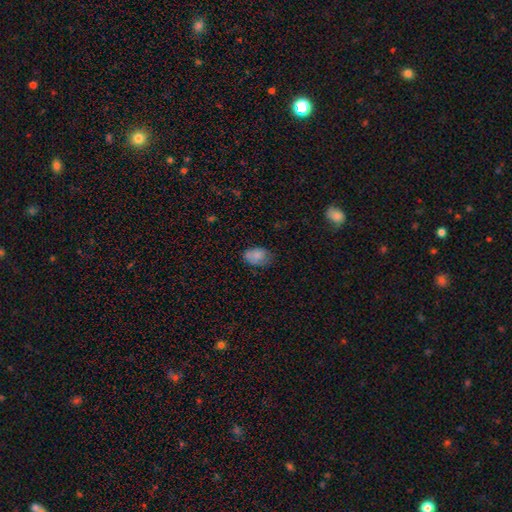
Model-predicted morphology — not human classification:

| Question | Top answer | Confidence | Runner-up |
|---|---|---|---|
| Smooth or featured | smooth | 80% | featured or disk (10%) |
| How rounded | in between | 84% | round (15%) |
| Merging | none | 64% | minor disturbance (27%) |